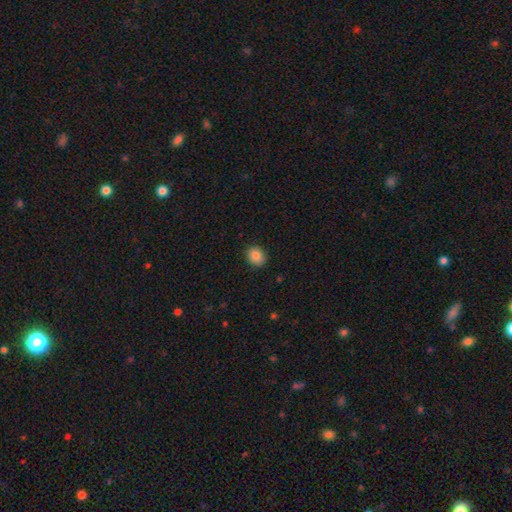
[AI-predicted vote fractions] Smooth or featured?
  - smooth: 87% *
  - star or artifact: 9%
  - featured or disk: 4%
How rounded?
  - round: 58% *
  - in between: 41%
  - cigar-shaped: 1%
Merging?
  - none: 88% *
  - minor disturbance: 9%
  - major disturbance: 2%
  - merger: 1%